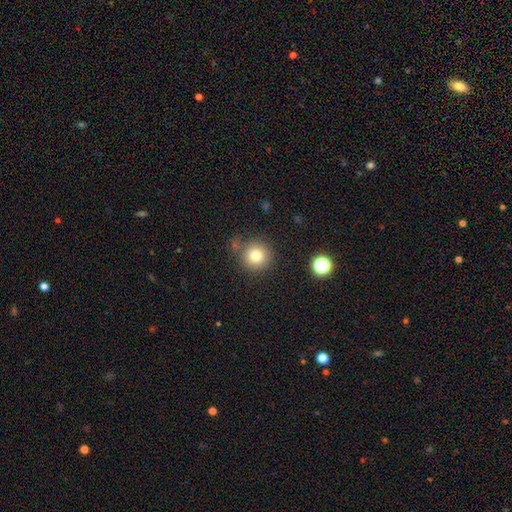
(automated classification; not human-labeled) The model was most divided on "merging": none: 75%, minor disturbance: 13%, merger: 7%, major disturbance: 5%. More confident: how rounded — round (94%); smooth or featured — smooth (80%).